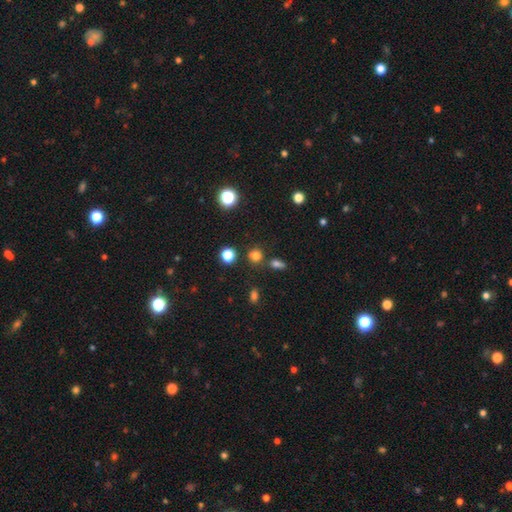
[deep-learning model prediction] This appears to be a smooth galaxy with no disk features (74%) that is round (87%). Merging: none (76%).